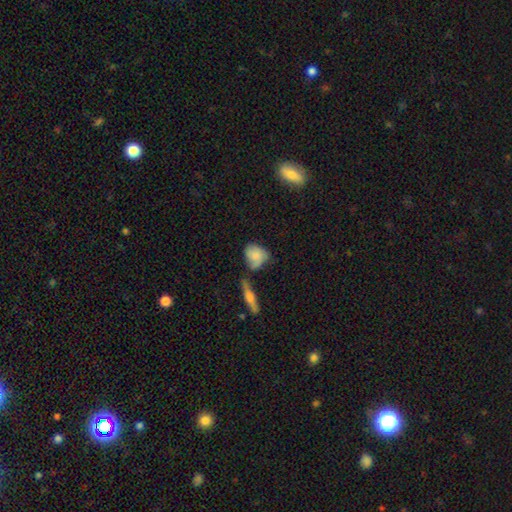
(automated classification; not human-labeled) The model was most divided on "merging": none: 42%, minor disturbance: 30%, merger: 16%, major disturbance: 11%. More confident: smooth or featured — smooth (74%); how rounded — in between (61%).